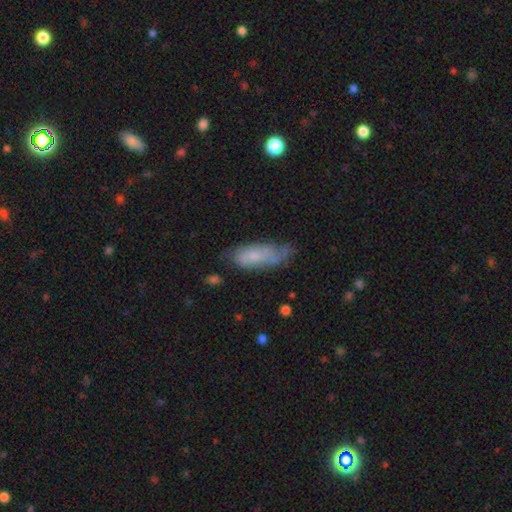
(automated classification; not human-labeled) Morphology: type=smooth (58%); roundness=in between (71%); merging=none (43%).